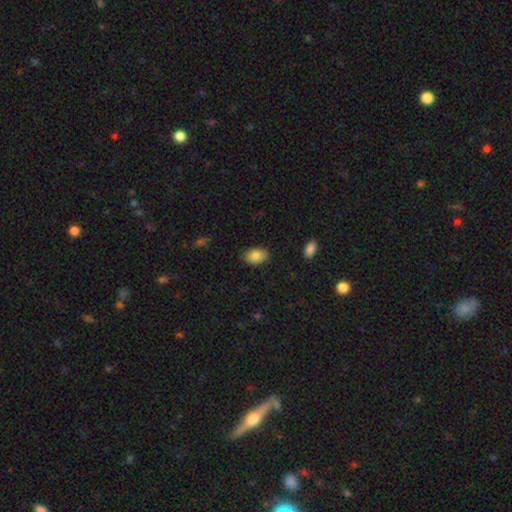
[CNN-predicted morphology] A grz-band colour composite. It shows a smooth galaxy with no disk features (85%) that is in between round and cigar-shaped (88%). Merging: none (86%).